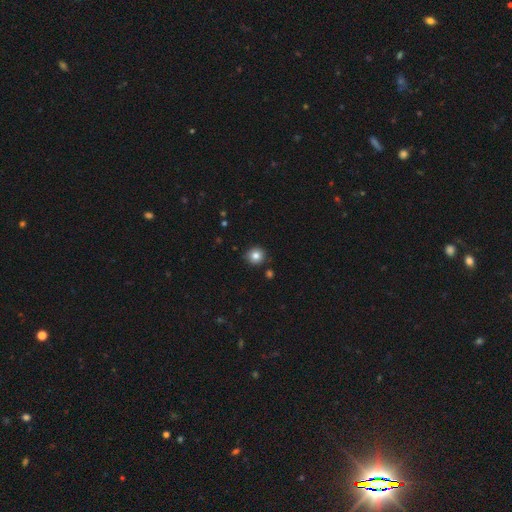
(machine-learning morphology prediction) The model was most divided on "smooth or featured": smooth: 82%, star or artifact: 11%, featured or disk: 7%. More confident: how rounded — round (93%); merging — none (88%).